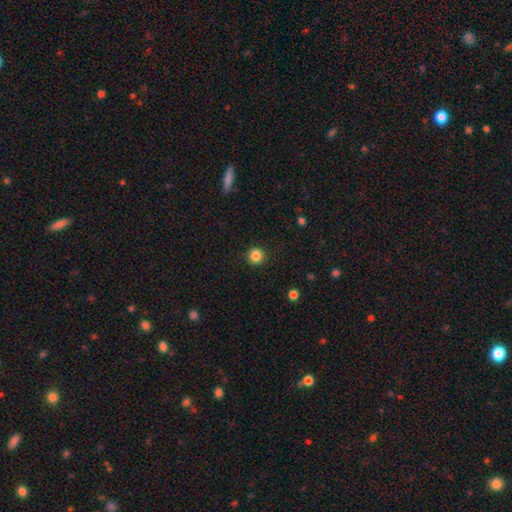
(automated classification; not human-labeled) Smooth or featured?
  - smooth: 85% *
  - star or artifact: 11%
  - featured or disk: 4%
How rounded?
  - round: 93% *
  - in between: 6%
  - cigar-shaped: 1%
Merging?
  - none: 91% *
  - minor disturbance: 6%
  - major disturbance: 2%
  - merger: 1%